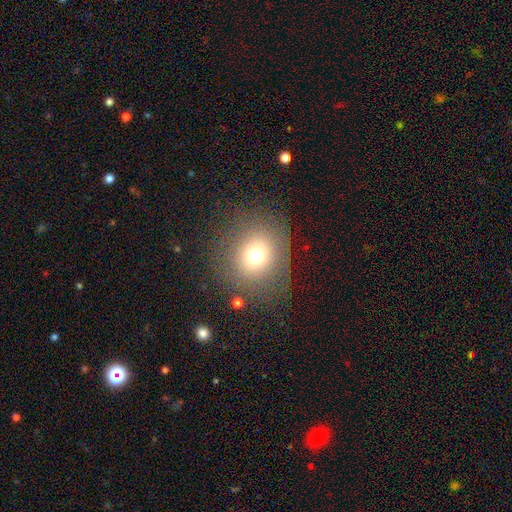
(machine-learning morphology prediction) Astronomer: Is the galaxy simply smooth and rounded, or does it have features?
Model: smooth — 66%.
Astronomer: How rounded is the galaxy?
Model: round — 86%.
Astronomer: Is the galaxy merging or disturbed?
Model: none — 79%.